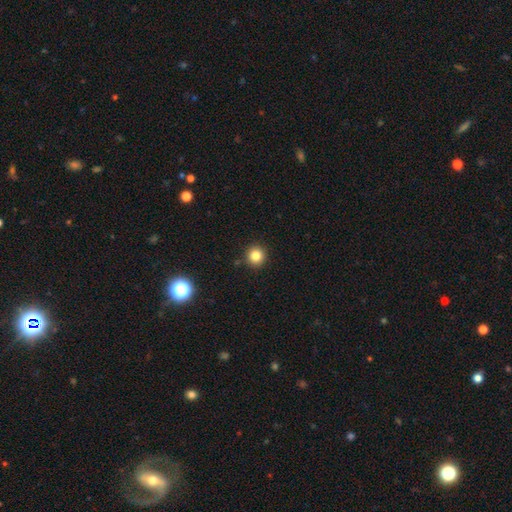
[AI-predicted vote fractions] Morphology: type=smooth (82%); roundness=round (94%); merging=none (91%).